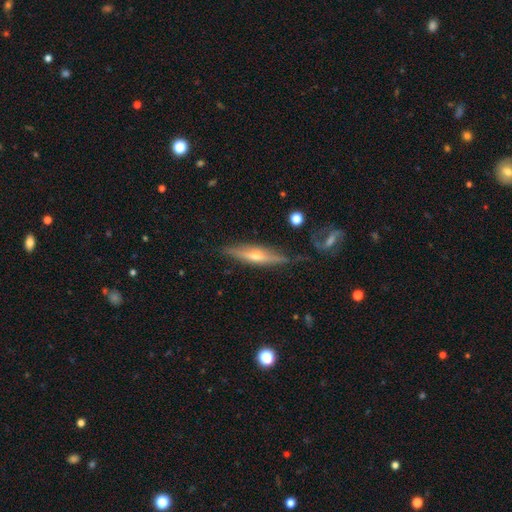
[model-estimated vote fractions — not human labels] This appears to be a featured or disk galaxy (67%) viewed edge-on (92%) with a rounded central bulge (86%). Merging: none (78%).